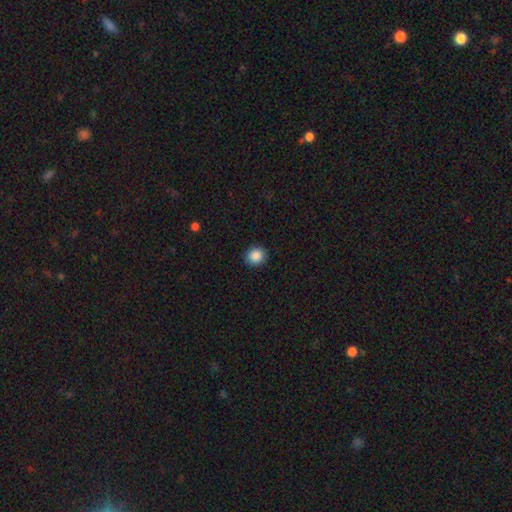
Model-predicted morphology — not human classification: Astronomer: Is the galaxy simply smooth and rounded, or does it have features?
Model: smooth — 88%.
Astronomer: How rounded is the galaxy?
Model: round — 83%.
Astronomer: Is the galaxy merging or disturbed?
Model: none — 91%.